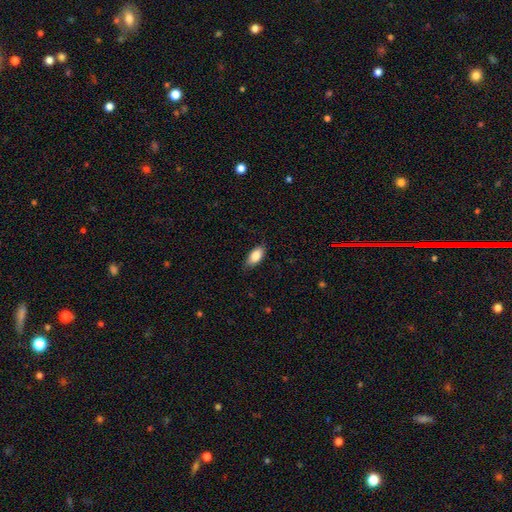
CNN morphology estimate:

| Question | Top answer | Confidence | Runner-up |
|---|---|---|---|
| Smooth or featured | smooth | 85% | featured or disk (8%) |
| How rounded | in between | 90% | cigar-shaped (7%) |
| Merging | none | 81% | minor disturbance (15%) |